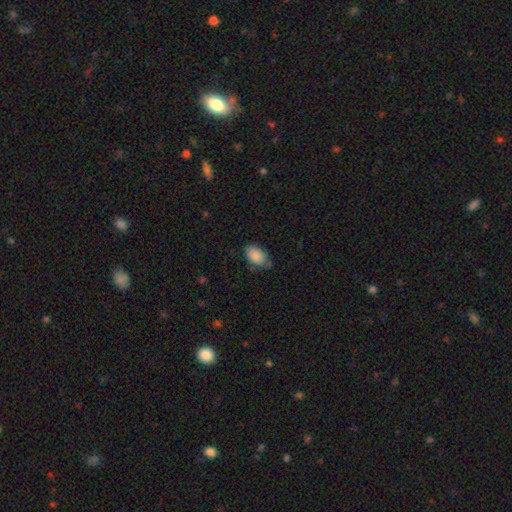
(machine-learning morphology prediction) This is clearly a smooth galaxy (87%). How rounded: clearly in between (90%). Merging: likely none (60%).